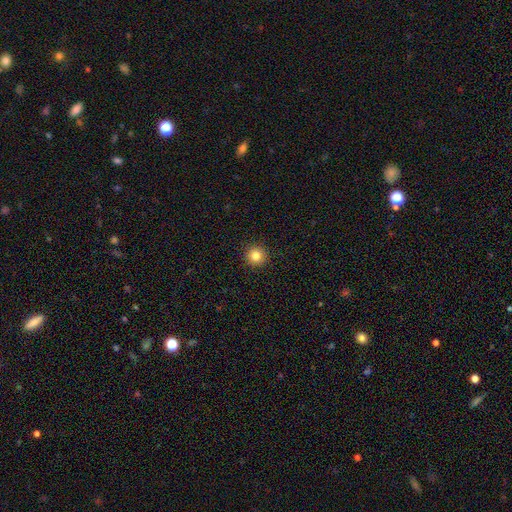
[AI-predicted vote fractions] smooth_or_featured: smooth (p=0.83) [alt: star or artifact p=0.11]
how_rounded: round (p=0.95) [alt: in between p=0.04]
merging: none (p=0.93) [alt: minor disturbance p=0.05]